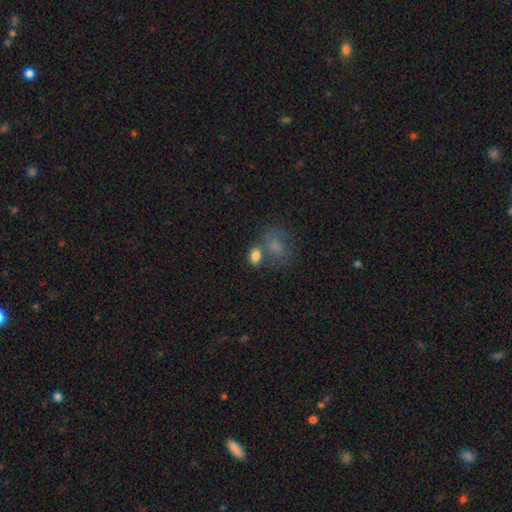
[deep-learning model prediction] Smooth or featured: smooth — 81% (star or artifact — 10%)
How rounded: in between — 76% (round — 22%)
Merging: none — 48% (merger — 30%)